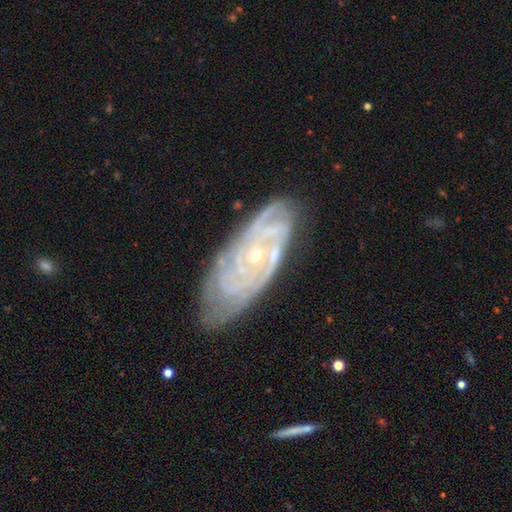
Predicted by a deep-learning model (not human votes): Morphology: type=featured or disk (85%); edge-on=no (92%); bar=no (73%); spiral arms=yes (96%); winding=tight (77%); arm count=can't tell (32%); bulge=small (78%); merging=none (75%).